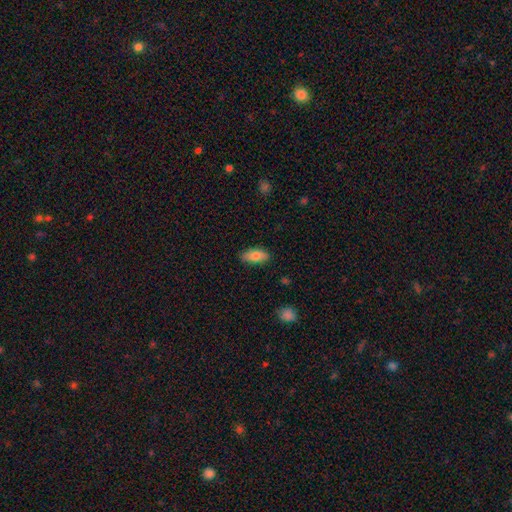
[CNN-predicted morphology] A smooth galaxy with no disk features (79%) that is in between round and cigar-shaped (83%).

Vote fractions:
- Smooth or featured? smooth: 79% / featured or disk: 15% / star or artifact: 6%
- How rounded? in between: 83% / cigar-shaped: 15% / round: 3%
- Merging? none: 86% / minor disturbance: 11% / major disturbance: 2% / merger: 1%